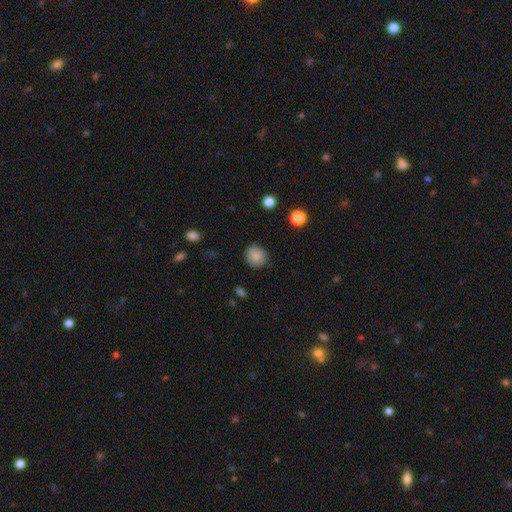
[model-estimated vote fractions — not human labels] smooth_or_featured: smooth (p=0.86) [alt: star or artifact p=0.09]
how_rounded: round (p=0.86) [alt: in between p=0.13]
merging: none (p=0.85) [alt: minor disturbance p=0.11]